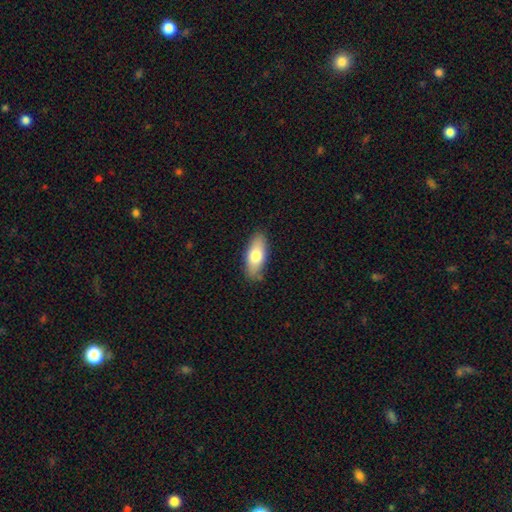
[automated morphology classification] smooth_or_featured: smooth (p=0.74) [alt: featured or disk p=0.20]
how_rounded: in between (p=0.80) [alt: cigar-shaped p=0.17]
merging: none (p=0.82) [alt: minor disturbance p=0.14]